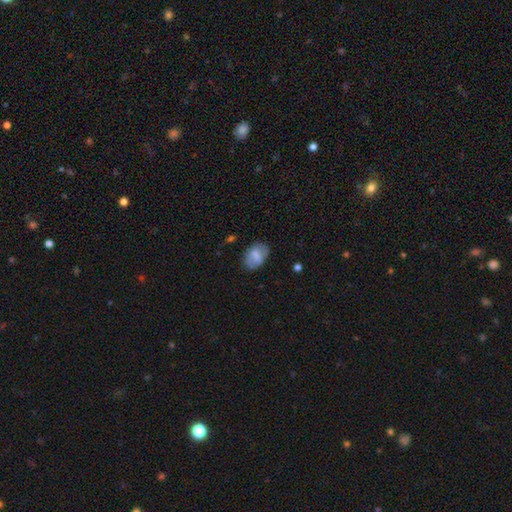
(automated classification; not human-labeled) A smooth galaxy with no disk features (67%) that is in between round and cigar-shaped (84%).

Vote fractions:
- Smooth or featured? smooth: 67% / featured or disk: 26% / star or artifact: 8%
- How rounded? in between: 84% / round: 14% / cigar-shaped: 2%
- Merging? none: 70% / minor disturbance: 22% / major disturbance: 7% / merger: 2%